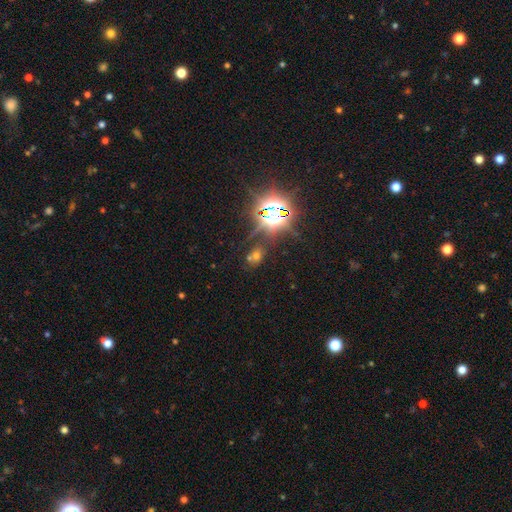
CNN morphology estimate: Smooth or featured?
  - star or artifact: 56% *
  - smooth: 33%
  - featured or disk: 11%